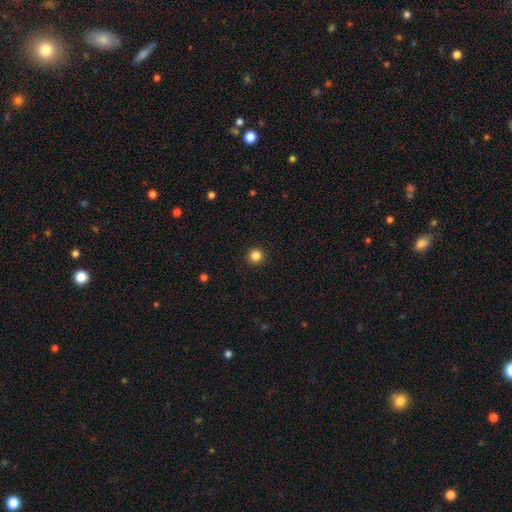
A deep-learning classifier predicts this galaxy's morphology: This is clearly a smooth galaxy (85%). How rounded: clearly round (96%). Merging: clearly none (94%).